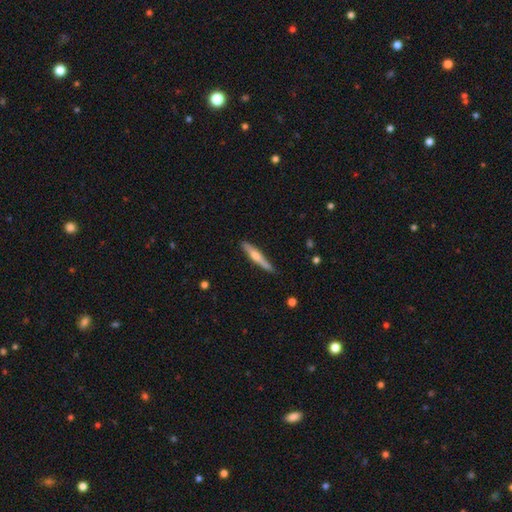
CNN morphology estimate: Overall: featured or disk (58%; smooth 36%). Edge-on disk: yes (97%). Edge-on bulge: rounded (84%). Merging: none (86%).